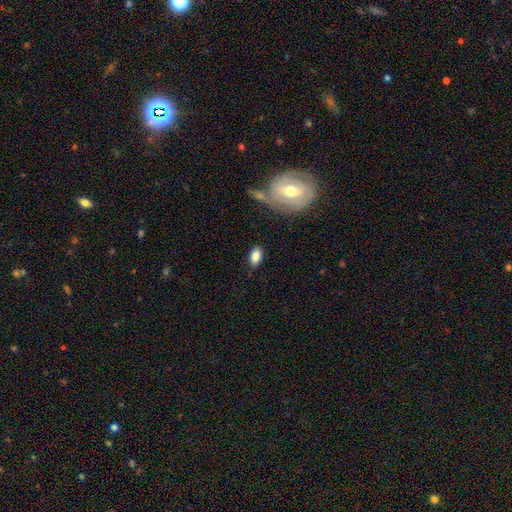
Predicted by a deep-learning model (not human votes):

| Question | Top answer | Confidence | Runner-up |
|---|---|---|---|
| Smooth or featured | smooth | 85% | featured or disk (8%) |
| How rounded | in between | 91% | round (5%) |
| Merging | none | 83% | minor disturbance (11%) |